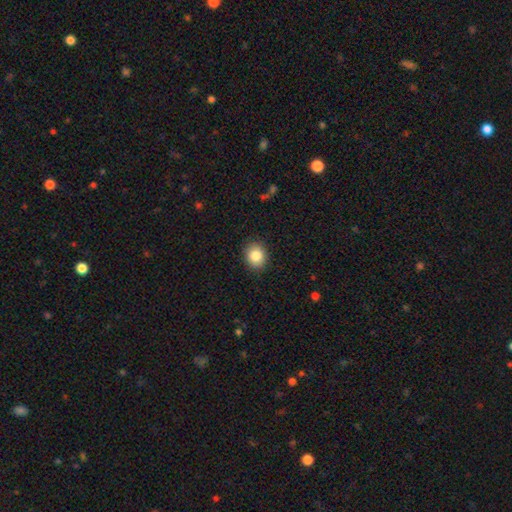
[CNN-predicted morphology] type=smooth (85%); roundness=round (65%); merging=none (89%).